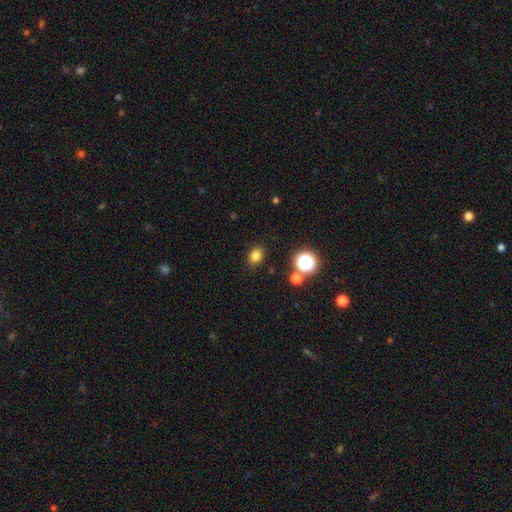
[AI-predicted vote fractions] Smooth or featured: smooth — 80% (star or artifact — 15%)
How rounded: in between — 52% (round — 47%)
Merging: none — 86% (minor disturbance — 9%)